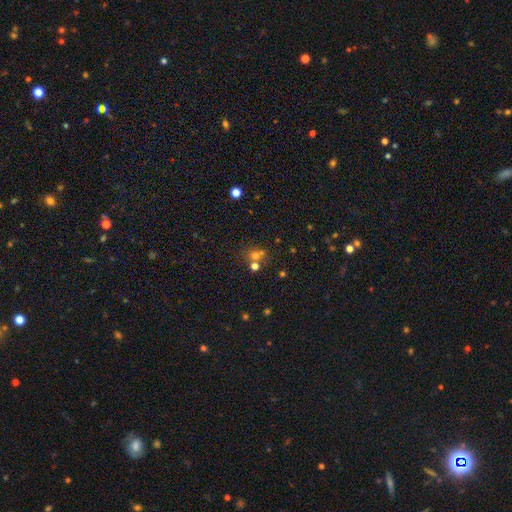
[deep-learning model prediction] Smooth or featured? smooth (55%)
How rounded? round (76%)
Merging? none (51%)